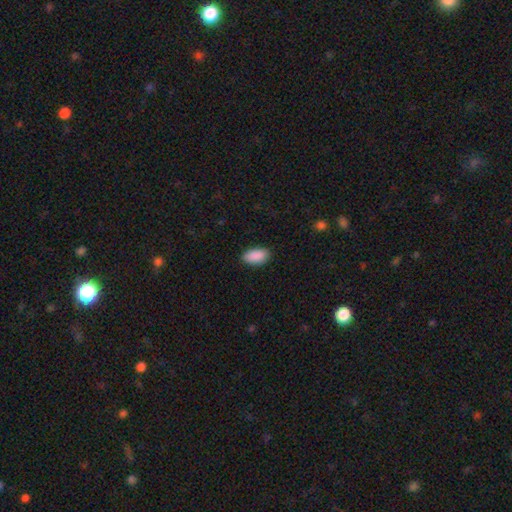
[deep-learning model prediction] Smooth or featured?
  - smooth: 91% *
  - star or artifact: 6%
  - featured or disk: 3%
How rounded?
  - in between: 94% *
  - round: 3%
  - cigar-shaped: 3%
Merging?
  - none: 88% *
  - minor disturbance: 9%
  - major disturbance: 2%
  - merger: 1%